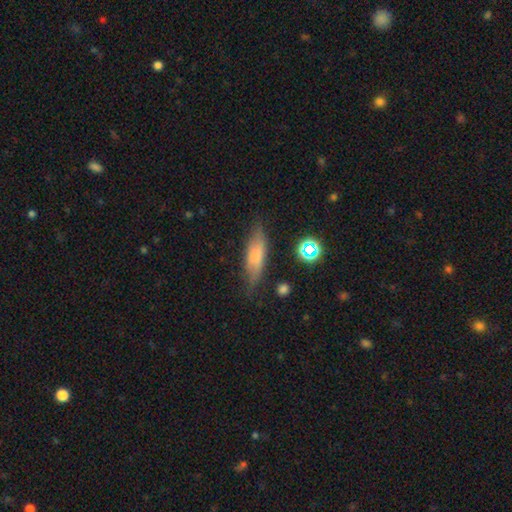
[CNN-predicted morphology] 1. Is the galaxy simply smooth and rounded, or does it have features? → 67% smooth, 24% featured or disk, 10% star or artifact.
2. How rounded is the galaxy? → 49% in between, 48% cigar-shaped, 3% round.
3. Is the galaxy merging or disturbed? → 72% none, 21% minor disturbance, 5% major disturbance, 2% merger.